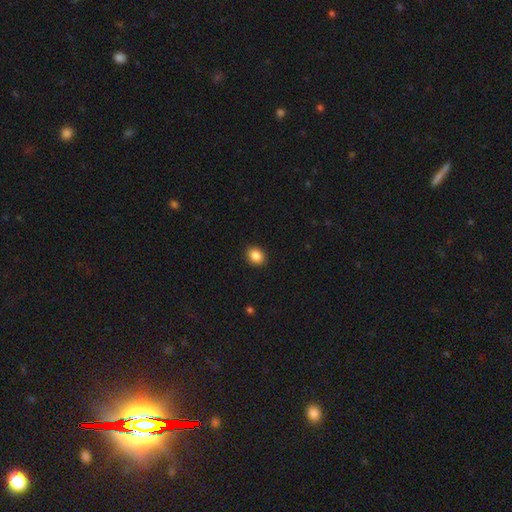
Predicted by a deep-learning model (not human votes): smooth-or-featured: smooth: 87% | star or artifact: 9% | featured or disk: 4%
  how-rounded: in between: 54% | round: 45% | cigar-shaped: 1%
  merging: none: 90% | minor disturbance: 7% | major disturbance: 2% | merger: 1%